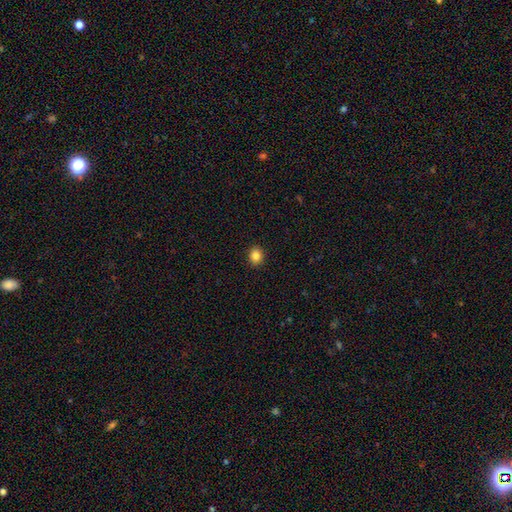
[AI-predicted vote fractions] The model was most divided on "how rounded": round: 73%, in between: 26%, cigar-shaped: 1%. More confident: merging — none (92%); smooth or featured — smooth (84%).